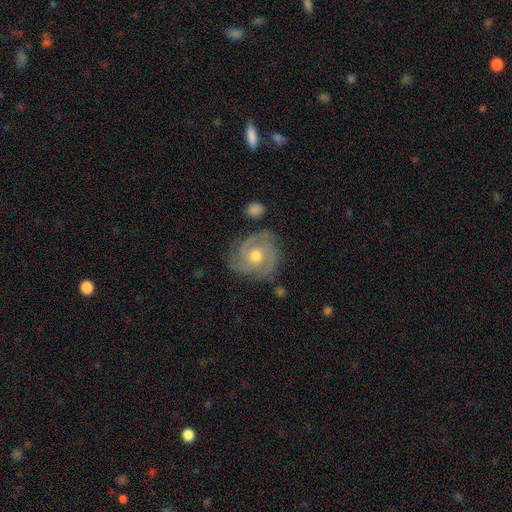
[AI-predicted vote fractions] Overall: featured or disk (84%). Edge-on disk: no (97%). Bar: no (73%). Spiral arms: yes (95%). Spiral arm count: 3 (43%; 2 27%). Spiral winding: tight (59%; medium 34%). Bulge size: moderate (75%). Merging: none (74%).